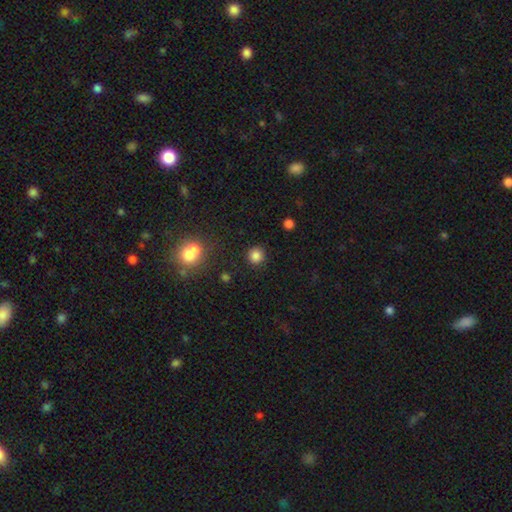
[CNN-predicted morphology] This is clearly a smooth galaxy (83%). How rounded: clearly round (92%). Merging: clearly none (88%).